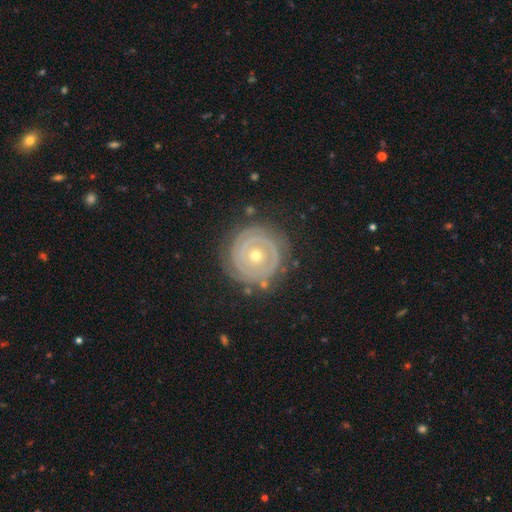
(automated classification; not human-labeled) Q: Smooth or featured?
A: featured or disk (83%); runner-up: smooth (11%)
Q: Edge-on disk?
A: no (97%); runner-up: yes (3%)
Q: Bar?
A: no (83%); runner-up: weak (12%)
Q: Spiral arms?
A: yes (89%); runner-up: no (11%)
Q: Spiral winding?
A: tight (87%); runner-up: medium (10%)
Q: Spiral arm count?
A: 2 (44%); runner-up: can't tell (24%)
Q: Bulge size?
A: small (57%); runner-up: moderate (40%)
Q: Merging?
A: none (81%); runner-up: minor disturbance (13%)